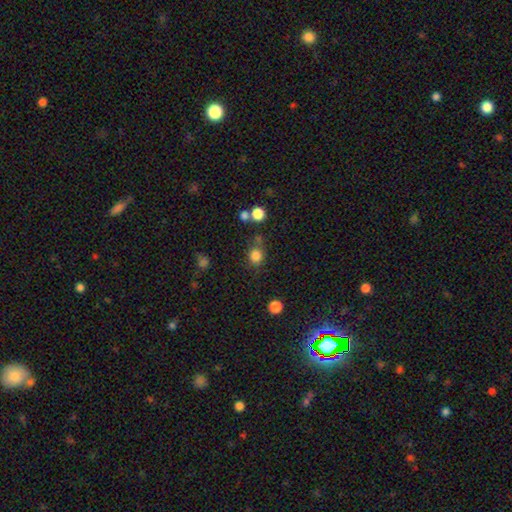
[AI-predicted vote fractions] smooth-or-featured: smooth: 81% | star or artifact: 14% | featured or disk: 5%
  how-rounded: round: 83% | in between: 16% | cigar-shaped: 1%
  merging: none: 72% | minor disturbance: 13% | merger: 10% | major disturbance: 5%